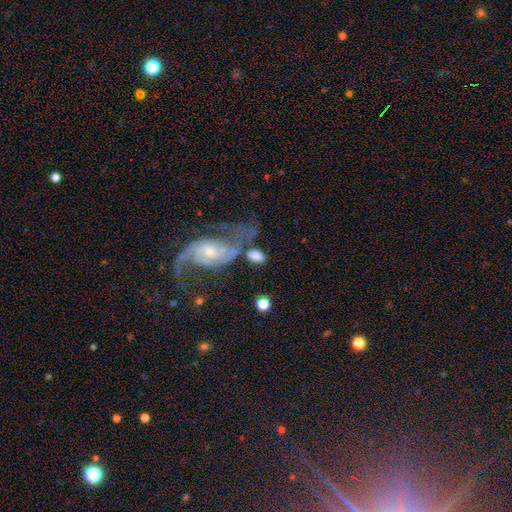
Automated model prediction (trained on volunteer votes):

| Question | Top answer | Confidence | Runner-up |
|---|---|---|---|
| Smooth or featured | smooth | 63% | featured or disk (30%) |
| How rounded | in between | 87% | round (10%) |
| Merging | none | 43% | merger (25%) |